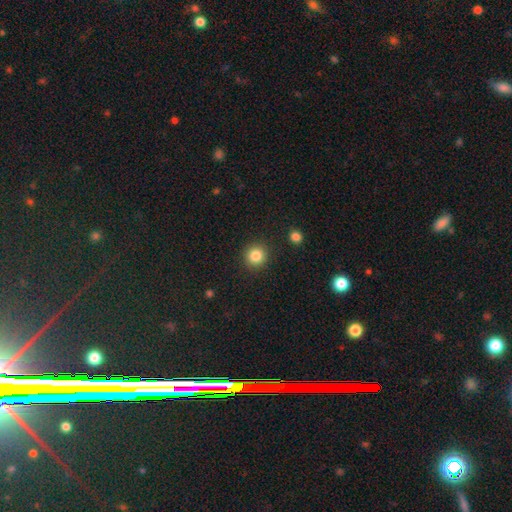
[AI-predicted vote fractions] The model was most divided on "smooth or featured": smooth: 84%, star or artifact: 11%, featured or disk: 5%. More confident: how rounded — round (93%); merging — none (90%).